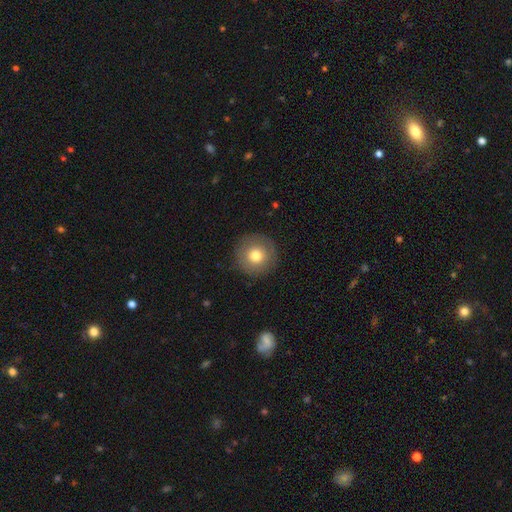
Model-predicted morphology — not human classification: This is likely a smooth galaxy (75%). How rounded: clearly round (96%). Merging: clearly none (89%).